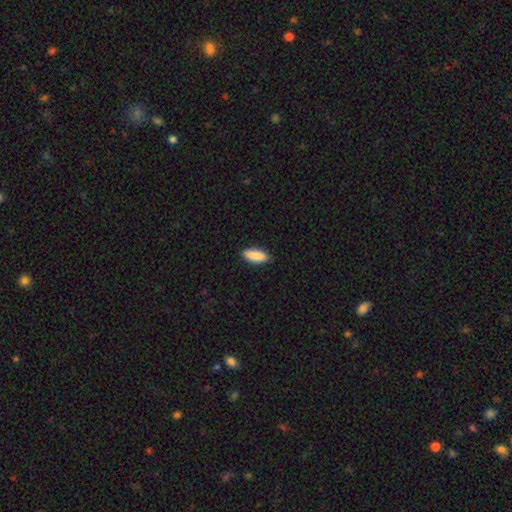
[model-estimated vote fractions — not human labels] Q: Smooth or featured?
A: smooth (89%); runner-up: star or artifact (6%)
Q: How rounded?
A: in between (78%); runner-up: cigar-shaped (20%)
Q: Merging?
A: none (89%); runner-up: minor disturbance (9%)